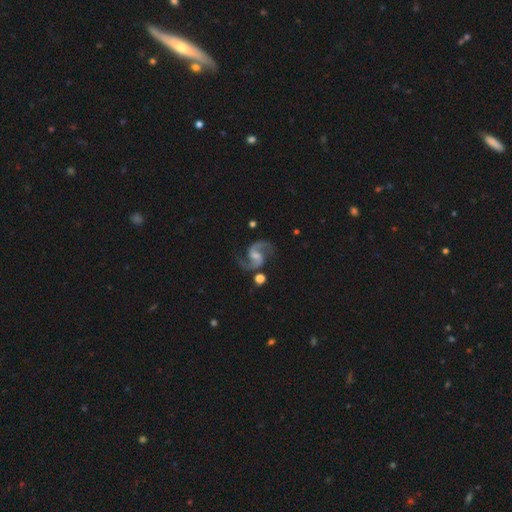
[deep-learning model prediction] smooth-or-featured: featured or disk: 92% | star or artifact: 4% | smooth: 3%
  disk-edge-on: no: 98% | yes: 2%
    bar: weak: 54% | no: 27% | strong: 20%
    has-spiral-arms: yes: 98% | no: 2%
      spiral-winding: medium: 52% | loose: 41% | tight: 7%
      spiral-arm-count: 2: 94% | can't tell: 1% | 1: 1% | 3: 1% | 4: 1% | more than 4: 1%
    bulge-size: small: 40% | moderate: 30% | none: 24% | large: 4% | dominant: 1%
  merging: none: 78% | minor disturbance: 13% | major disturbance: 6% | merger: 3%